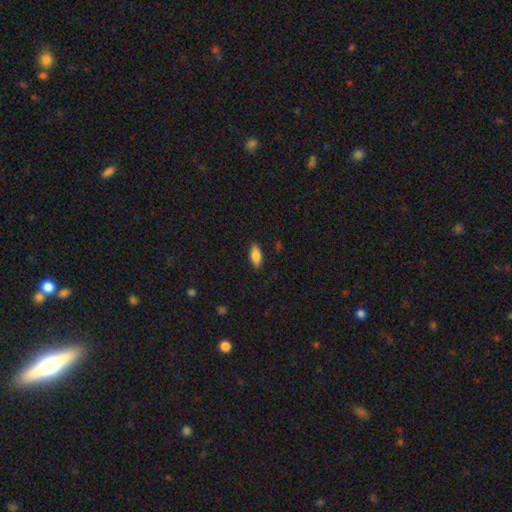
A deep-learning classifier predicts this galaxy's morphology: Smooth or featured? smooth (83%)
How rounded? in between (83%)
Merging? none (88%)